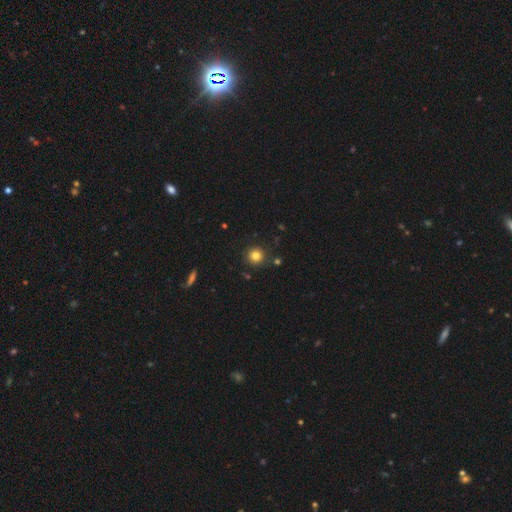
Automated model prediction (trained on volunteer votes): Overall: smooth (82%). How rounded: round (93%). Merging: none (88%).